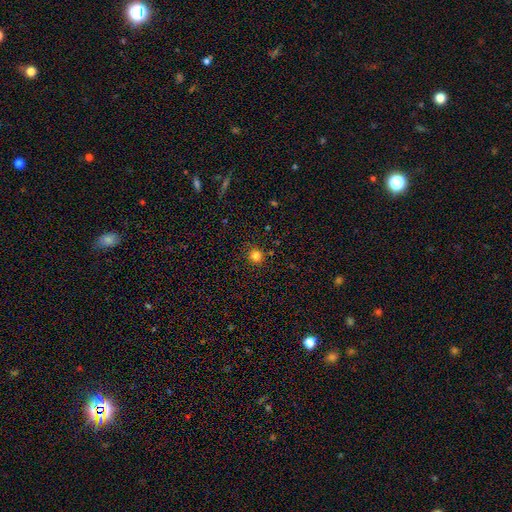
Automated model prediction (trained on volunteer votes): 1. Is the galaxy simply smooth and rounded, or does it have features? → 81% smooth, 14% star or artifact, 5% featured or disk.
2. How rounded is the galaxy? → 92% round, 7% in between, 1% cigar-shaped.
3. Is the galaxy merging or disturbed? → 89% none, 7% minor disturbance, 2% major disturbance, 2% merger.